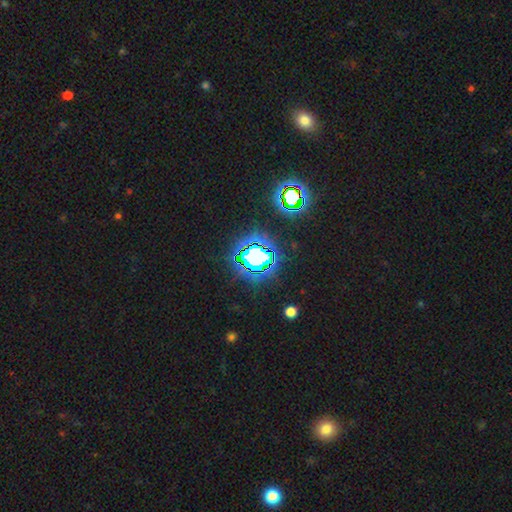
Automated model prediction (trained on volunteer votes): A star or artifact, not a galaxy (73%).

Vote fractions:
- Smooth or featured? star or artifact: 73% / smooth: 16% / featured or disk: 11%